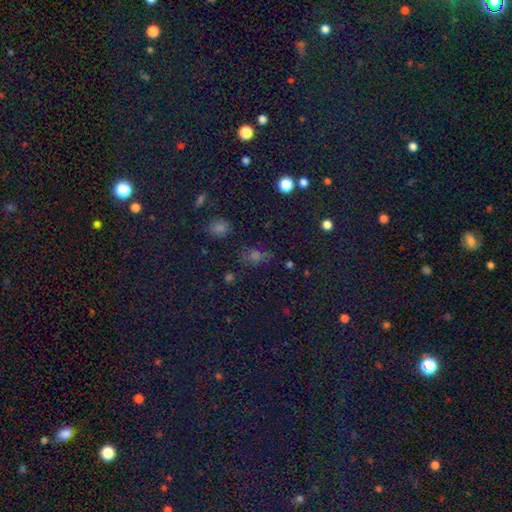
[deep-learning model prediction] This is possibly a smooth galaxy (49%). Merging: likely none (70%).